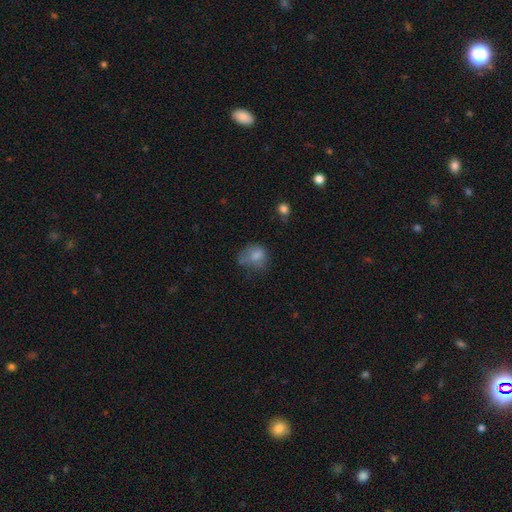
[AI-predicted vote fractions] This is likely a smooth galaxy (69%). How rounded: possibly in between (51%). Merging: marginally none (36%).